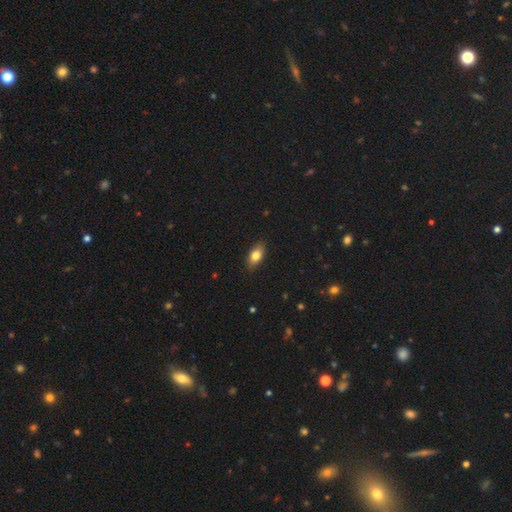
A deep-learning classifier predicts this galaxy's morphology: smooth 80%, featured or disk 12%, star or artifact 7%. Down the decision tree: how rounded — in between (88%); merging — none (87%).